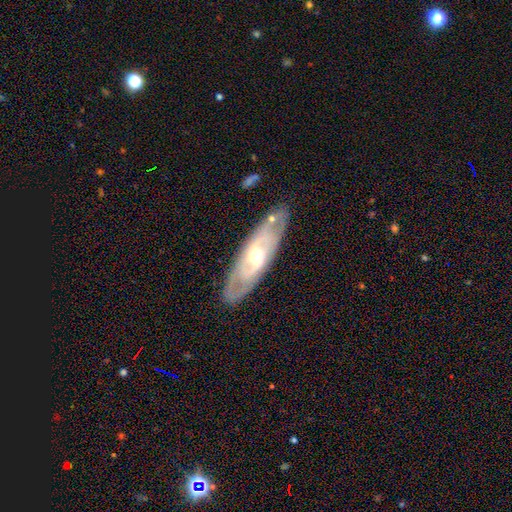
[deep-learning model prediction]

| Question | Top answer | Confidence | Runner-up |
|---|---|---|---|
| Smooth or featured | featured or disk | 75% | smooth (20%) |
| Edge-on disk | no | 79% | yes (21%) |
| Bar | no | 49% | weak (36%) |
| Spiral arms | yes | 63% | no (37%) |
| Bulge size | moderate | 66% | small (26%) |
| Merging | none | 82% | minor disturbance (13%) |